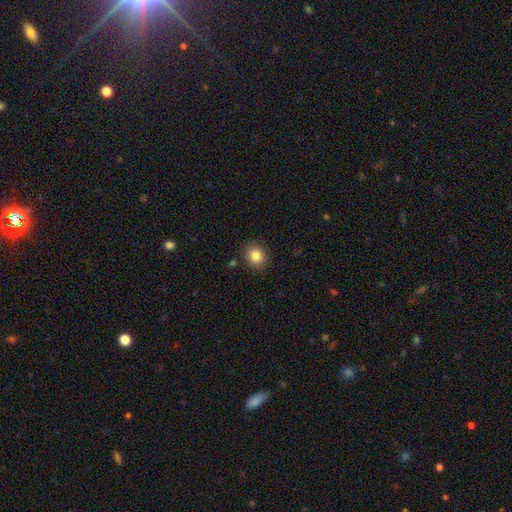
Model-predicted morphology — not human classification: smooth 84%, star or artifact 10%, featured or disk 6%. Down the decision tree: how rounded — round (72%); merging — none (88%).